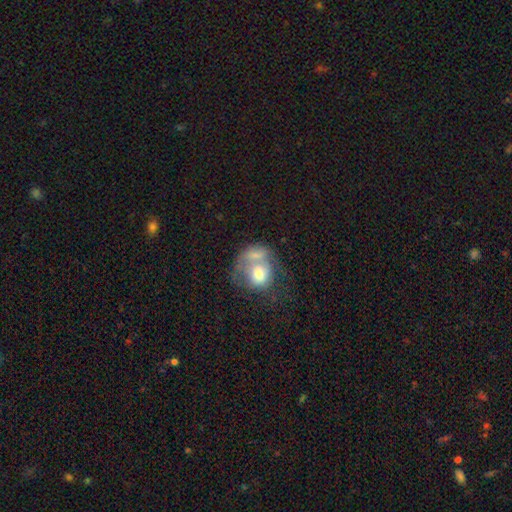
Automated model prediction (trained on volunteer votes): Smooth or featured? Predicted: smooth (p=0.60). How rounded? Predicted: round (p=0.65). Merging? Predicted: merger (p=0.51).